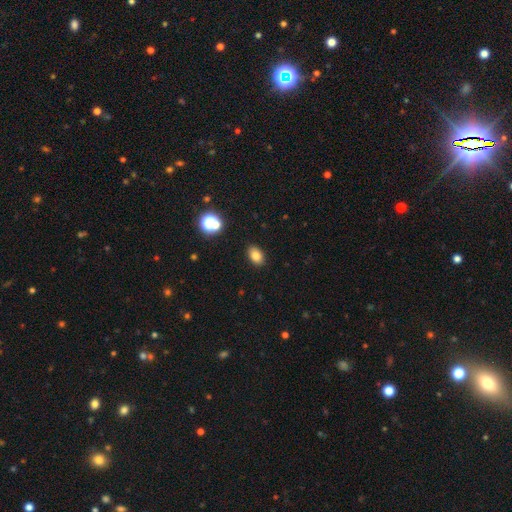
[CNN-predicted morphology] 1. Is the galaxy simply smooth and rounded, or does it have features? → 81% smooth, 13% star or artifact, 7% featured or disk.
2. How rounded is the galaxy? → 82% in between, 16% round, 1% cigar-shaped.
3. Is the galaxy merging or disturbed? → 88% none, 8% minor disturbance, 2% major disturbance, 1% merger.